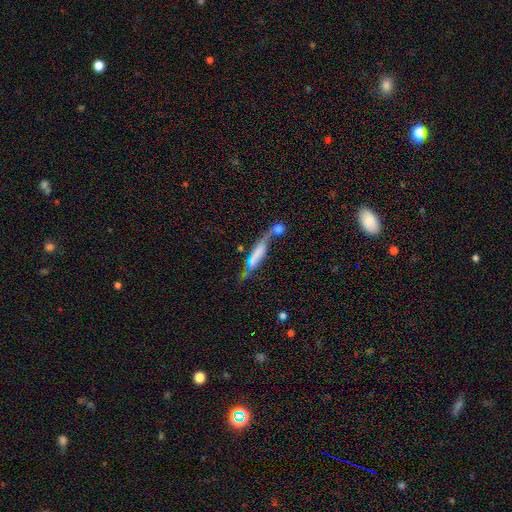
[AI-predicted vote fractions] smooth_or_featured: featured or disk (p=0.49) [alt: smooth p=0.42]
merging: merger (p=0.39) [alt: none p=0.31]